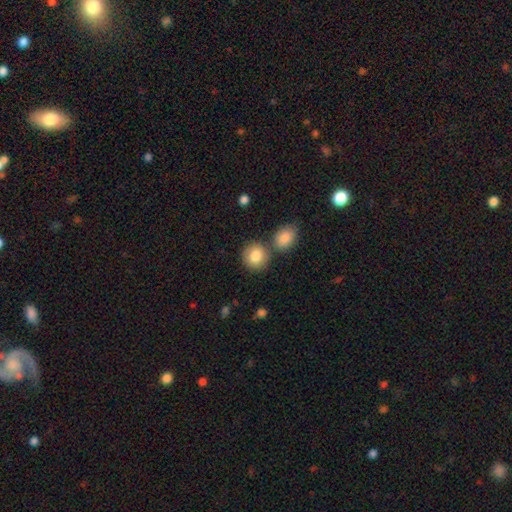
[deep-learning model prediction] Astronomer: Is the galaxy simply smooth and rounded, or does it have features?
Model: smooth — 84%.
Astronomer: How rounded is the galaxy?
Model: round — 84%.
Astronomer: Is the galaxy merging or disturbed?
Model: none — 70%.